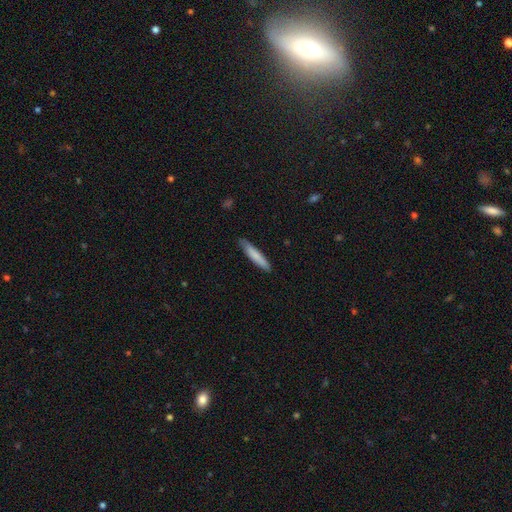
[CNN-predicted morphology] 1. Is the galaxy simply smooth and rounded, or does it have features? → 79% smooth, 16% featured or disk, 5% star or artifact.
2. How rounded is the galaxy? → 91% cigar-shaped, 8% in between, 1% round.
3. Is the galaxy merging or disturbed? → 85% none, 12% minor disturbance, 2% major disturbance, 1% merger.